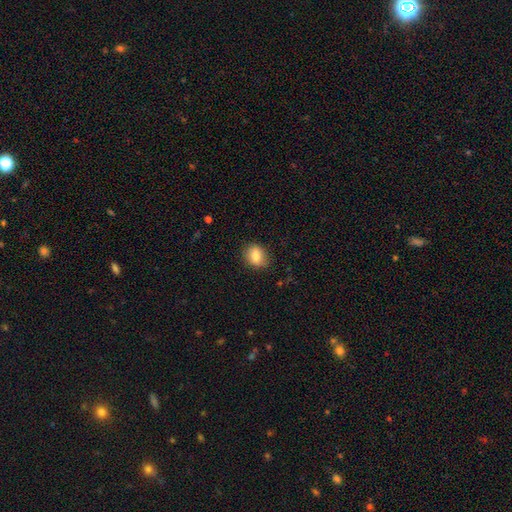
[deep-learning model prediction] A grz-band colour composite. It shows a smooth galaxy with no disk features (80%) that is round (57%). Merging: none (84%).